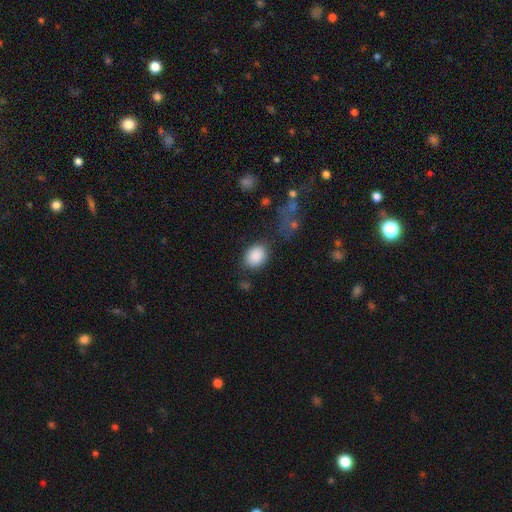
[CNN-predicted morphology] A smooth galaxy with no disk features (89%) that is in between round and cigar-shaped (64%).

Vote fractions:
- Smooth or featured? smooth: 89% / star or artifact: 7% / featured or disk: 4%
- How rounded? in between: 64% / round: 34% / cigar-shaped: 1%
- Merging? none: 75% / minor disturbance: 15% / major disturbance: 6% / merger: 4%